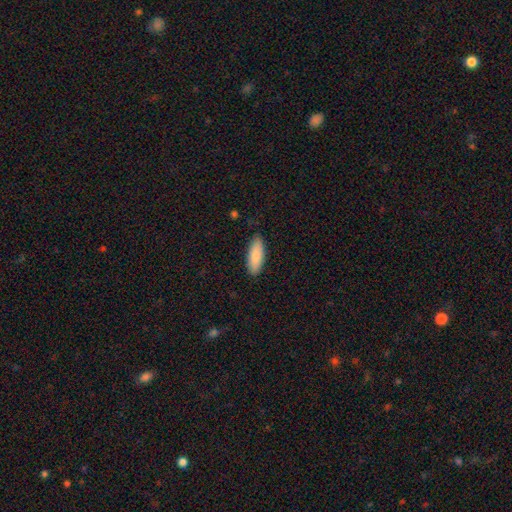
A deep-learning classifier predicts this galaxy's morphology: Q: Smooth or featured?
A: smooth (87%); runner-up: featured or disk (8%)
Q: How rounded?
A: in between (71%); runner-up: cigar-shaped (27%)
Q: Merging?
A: none (87%); runner-up: minor disturbance (10%)